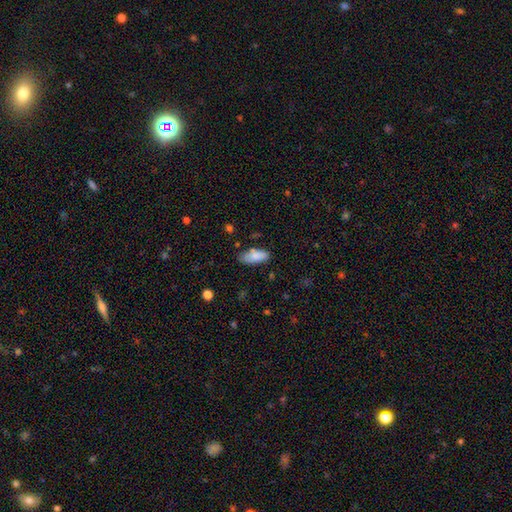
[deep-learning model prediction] This is clearly a smooth galaxy (84%). How rounded: clearly in between (84%). Merging: likely none (70%).